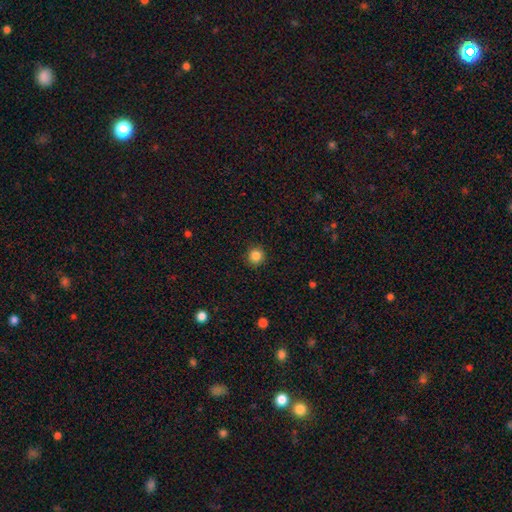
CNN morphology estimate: smooth 85%, star or artifact 11%, featured or disk 4%. Down the decision tree: how rounded — round (94%); merging — none (91%).